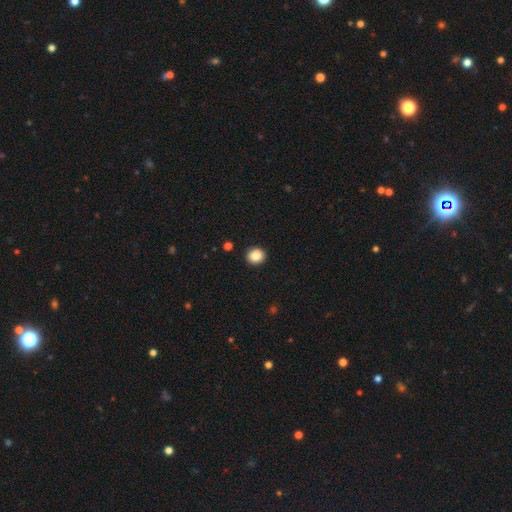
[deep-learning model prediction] smooth_or_featured: smooth (p=0.87) [alt: star or artifact p=0.10]
how_rounded: round (p=0.81) [alt: in between p=0.18]
merging: none (p=0.90) [alt: minor disturbance p=0.07]